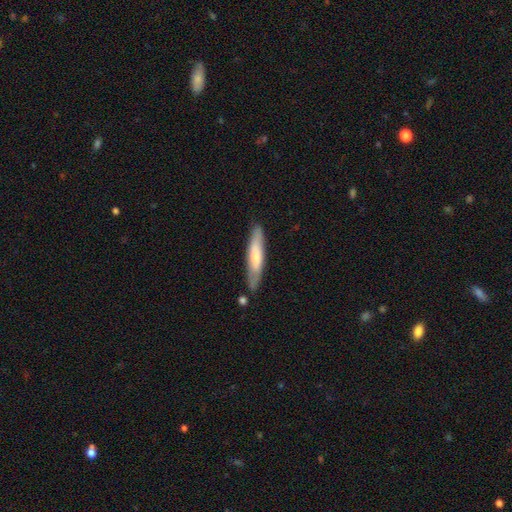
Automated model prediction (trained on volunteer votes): This appears to be a smooth galaxy with no disk features (58%) that is cigar-shaped (85%). Merging: none (81%).